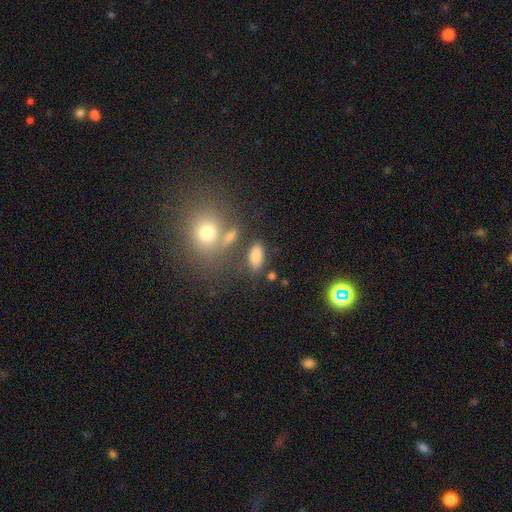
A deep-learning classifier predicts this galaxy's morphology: Q: Smooth or featured?
A: smooth (82%); runner-up: star or artifact (10%)
Q: How rounded?
A: in between (83%); runner-up: cigar-shaped (10%)
Q: Merging?
A: none (71%); runner-up: minor disturbance (13%)